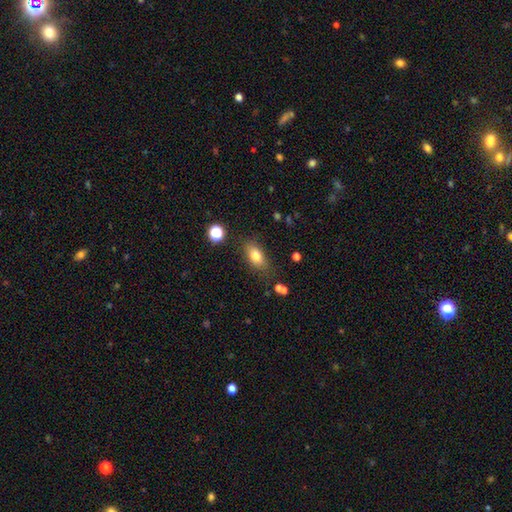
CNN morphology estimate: A smooth galaxy with no disk features (79%) that is in between round and cigar-shaped (81%). Merging: none (78%).